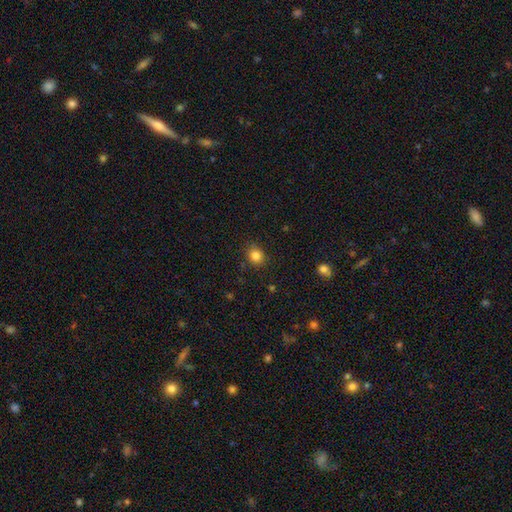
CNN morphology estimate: smooth_or_featured: smooth (p=0.84) [alt: star or artifact p=0.12]
how_rounded: round (p=0.71) [alt: in between p=0.28]
merging: none (p=0.87) [alt: minor disturbance p=0.09]